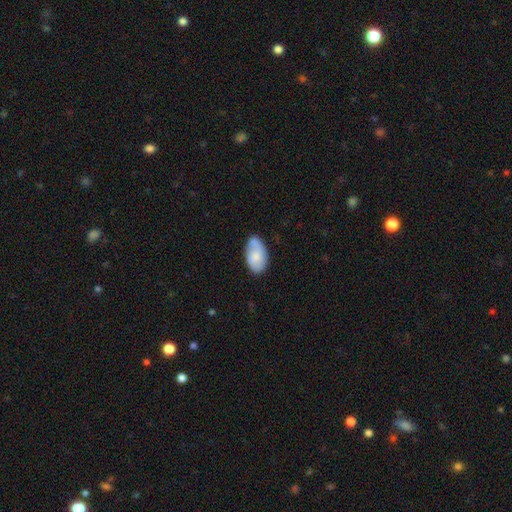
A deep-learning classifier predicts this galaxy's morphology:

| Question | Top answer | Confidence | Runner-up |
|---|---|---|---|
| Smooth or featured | smooth | 65% | featured or disk (28%) |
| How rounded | in between | 94% | round (4%) |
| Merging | none | 64% | minor disturbance (26%) |